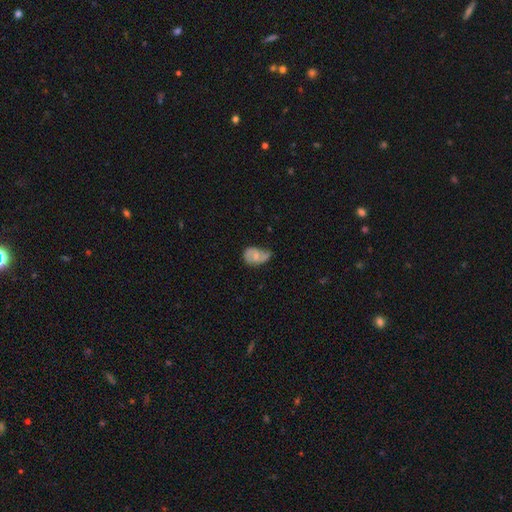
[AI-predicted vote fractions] The model was most divided on "merging": minor disturbance: 41%, none: 33%, major disturbance: 23%, merger: 3%. More confident: edge-on disk — no (97%); spiral arms — yes (76%); bar — no (57%); smooth or featured — featured or disk (52%); bulge size — small (50%).